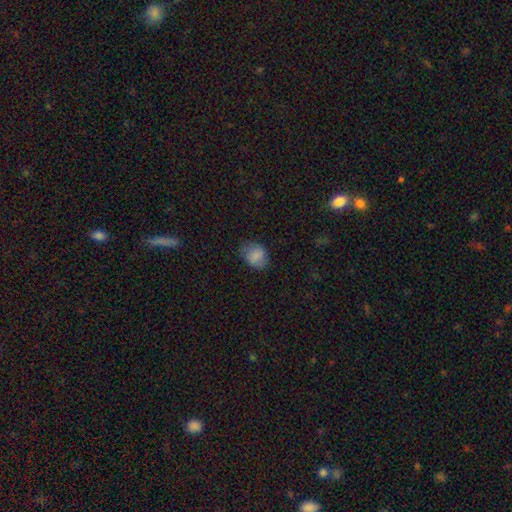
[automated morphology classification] Smooth or featured?
  - smooth: 82% *
  - featured or disk: 9%
  - star or artifact: 9%
How rounded?
  - in between: 59% *
  - round: 40%
  - cigar-shaped: 1%
Merging?
  - none: 69% *
  - minor disturbance: 23%
  - major disturbance: 6%
  - merger: 1%